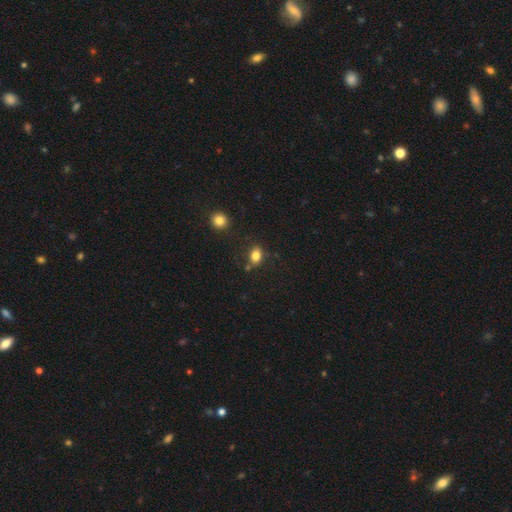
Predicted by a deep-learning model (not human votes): Q: Smooth or featured?
A: smooth (82%); runner-up: star or artifact (11%)
Q: How rounded?
A: in between (63%); runner-up: round (35%)
Q: Merging?
A: none (73%); runner-up: minor disturbance (16%)